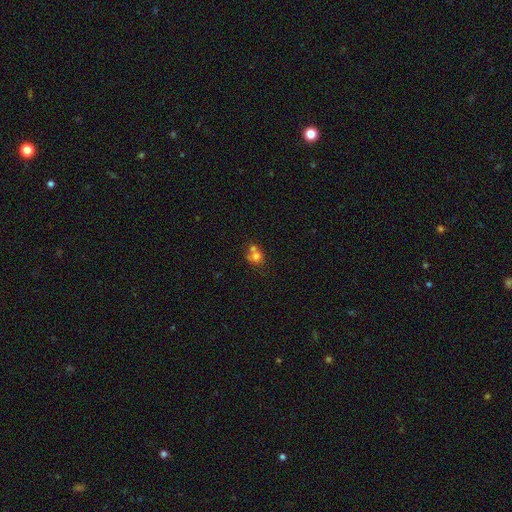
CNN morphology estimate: Smooth or featured? smooth (70%)
How rounded? round (75%)
Merging? merger (53%)